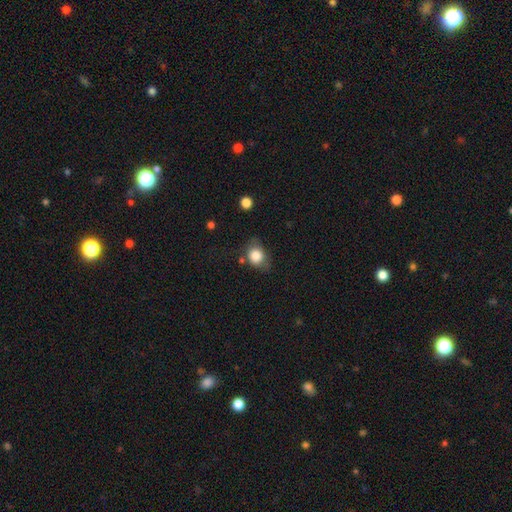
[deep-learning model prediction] Smooth or featured? Predicted: smooth (p=0.81). How rounded? Predicted: round (p=0.53). Merging? Predicted: none (p=0.60).